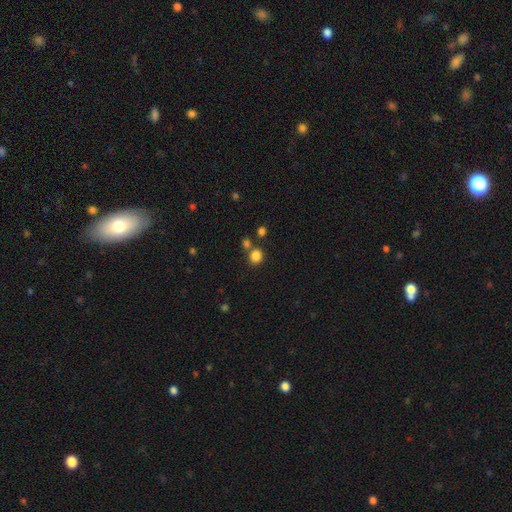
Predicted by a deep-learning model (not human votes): This appears to be a smooth galaxy with no disk features (84%) that is round (80%). Merging: none (70%).